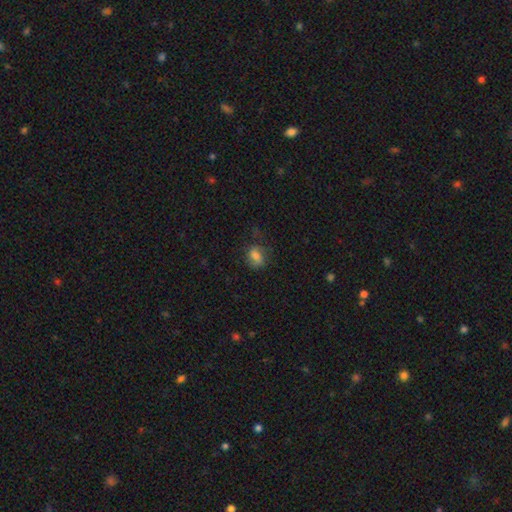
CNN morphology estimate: smooth-or-featured: smooth: 73% | featured or disk: 15% | star or artifact: 12%
  how-rounded: in between: 56% | round: 43% | cigar-shaped: 2%
  merging: none: 61% | minor disturbance: 24% | major disturbance: 13% | merger: 2%